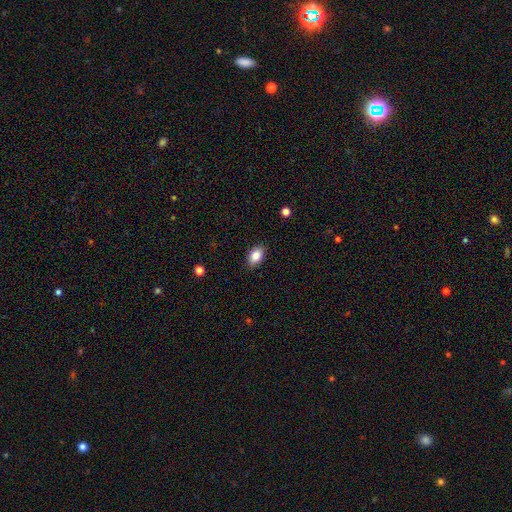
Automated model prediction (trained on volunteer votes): smooth-or-featured: smooth: 84% | star or artifact: 8% | featured or disk: 8%
  how-rounded: in between: 88% | round: 10% | cigar-shaped: 2%
  merging: none: 87% | minor disturbance: 10% | major disturbance: 2% | merger: 1%